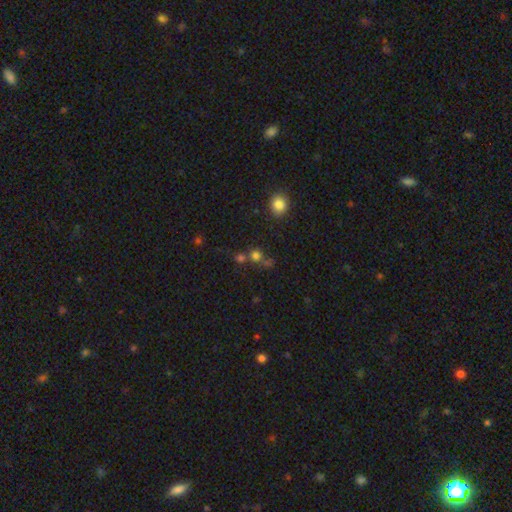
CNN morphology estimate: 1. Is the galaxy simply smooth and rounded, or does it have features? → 69% smooth, 22% star or artifact, 9% featured or disk.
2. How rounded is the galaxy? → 89% round, 10% in between, 1% cigar-shaped.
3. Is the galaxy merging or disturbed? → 56% none, 32% merger, 8% minor disturbance, 4% major disturbance.